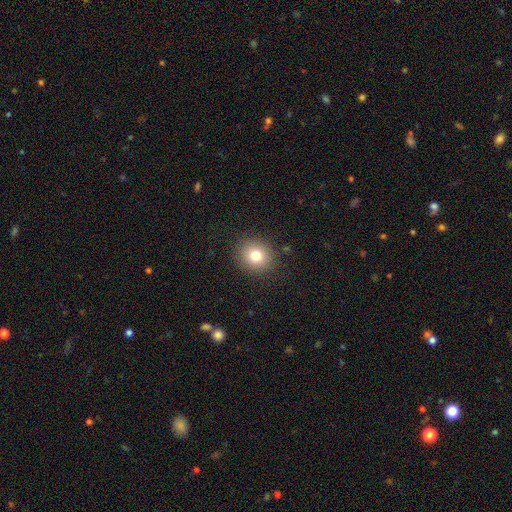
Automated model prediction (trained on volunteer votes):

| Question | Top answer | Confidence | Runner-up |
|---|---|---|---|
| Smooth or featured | smooth | 78% | star or artifact (12%) |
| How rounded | round | 84% | in between (15%) |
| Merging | none | 89% | minor disturbance (7%) |